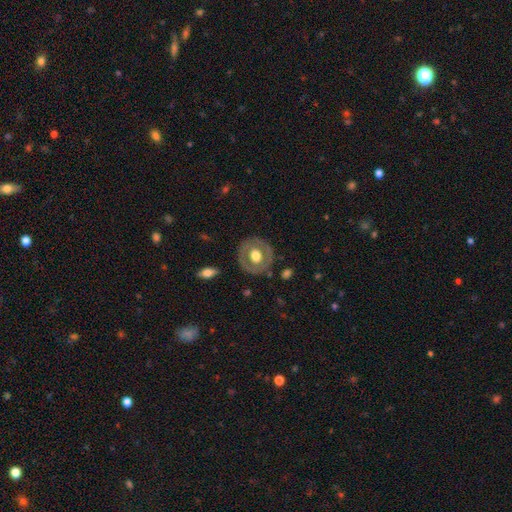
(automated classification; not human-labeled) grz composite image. It shows a featured or disk galaxy (51%). Merging: none (82%).